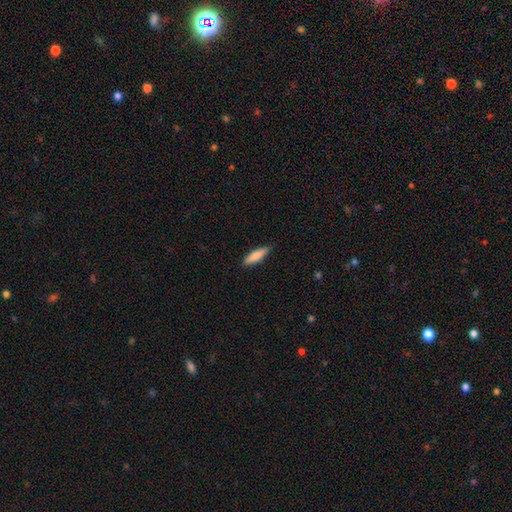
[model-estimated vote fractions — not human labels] Smooth or featured?
  - smooth: 81% *
  - featured or disk: 13%
  - star or artifact: 6%
How rounded?
  - cigar-shaped: 66% *
  - in between: 33%
  - round: 2%
Merging?
  - none: 82% *
  - minor disturbance: 15%
  - major disturbance: 2%
  - merger: 1%